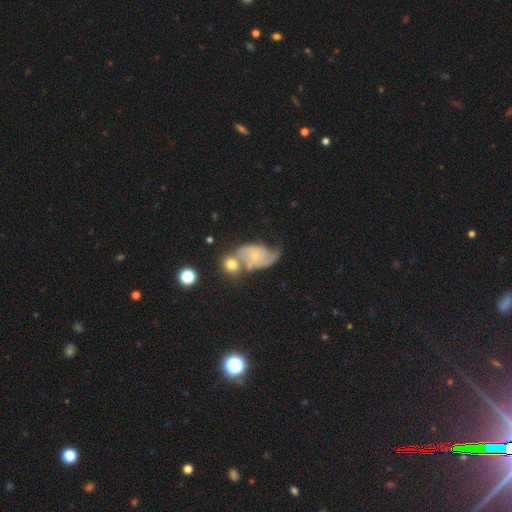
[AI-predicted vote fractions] This is likely a featured or disk galaxy (76%). It is clearly not viewed edge-on (97%). Bar: likely no (69%). Spiral arm pattern: clearly yes (92%). Spiral arm count: likely 2 (76%). Spiral winding: marginally medium (43%). Central bulge: likely small (70%). Merging: marginally merger (34%).